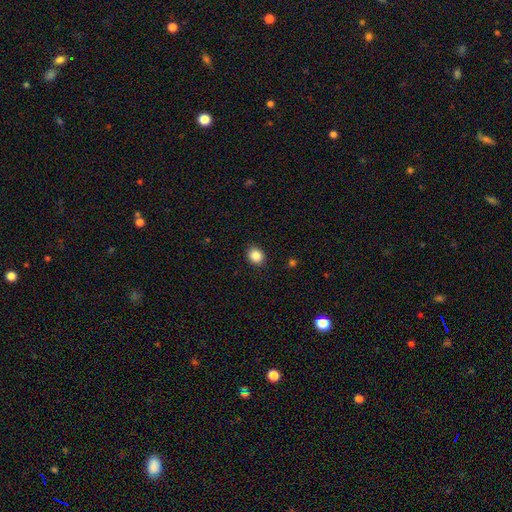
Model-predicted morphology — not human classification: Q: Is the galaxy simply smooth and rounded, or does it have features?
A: smooth — 87%.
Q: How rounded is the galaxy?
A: round — 67%.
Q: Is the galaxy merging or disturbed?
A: none — 90%.